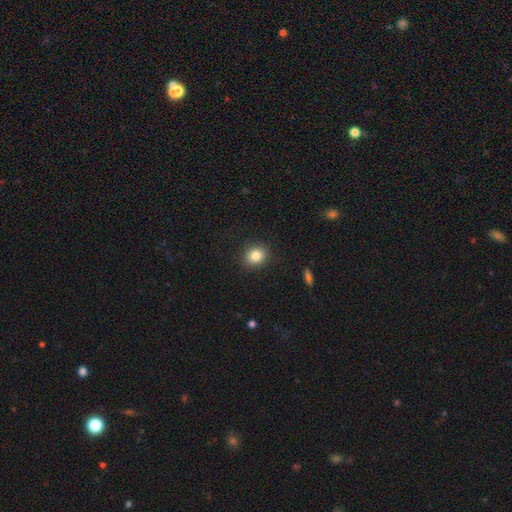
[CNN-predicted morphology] Smooth or featured? Predicted: smooth (p=0.83). How rounded? Predicted: round (p=0.72). Merging? Predicted: none (p=0.90).